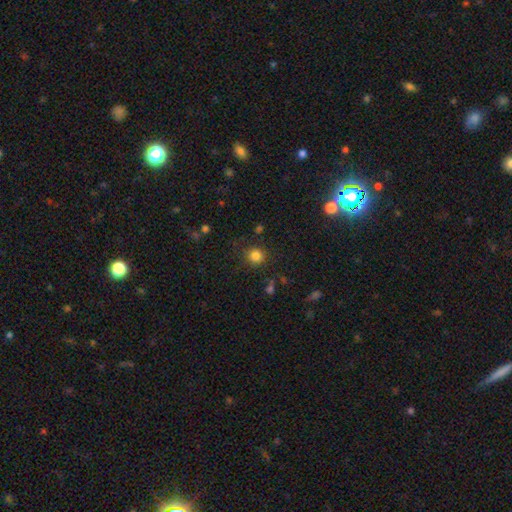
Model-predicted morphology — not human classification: Overall: smooth (83%). How rounded: round (91%). Merging: none (85%).